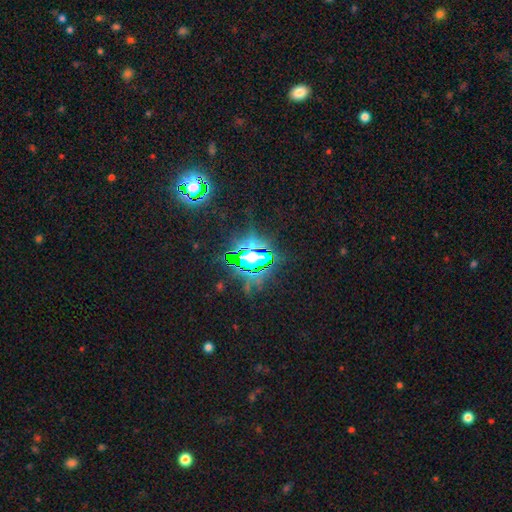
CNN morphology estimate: The model was most divided on "smooth or featured": star or artifact: 82%, smooth: 10%, featured or disk: 8%.